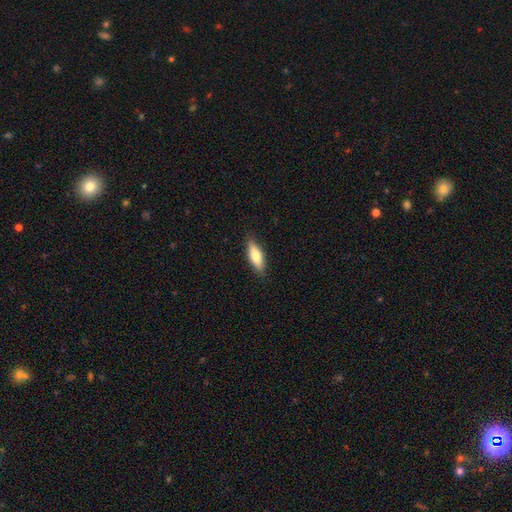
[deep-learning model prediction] Morphology: type=smooth (67%); roundness=in between (53%); merging=none (87%).